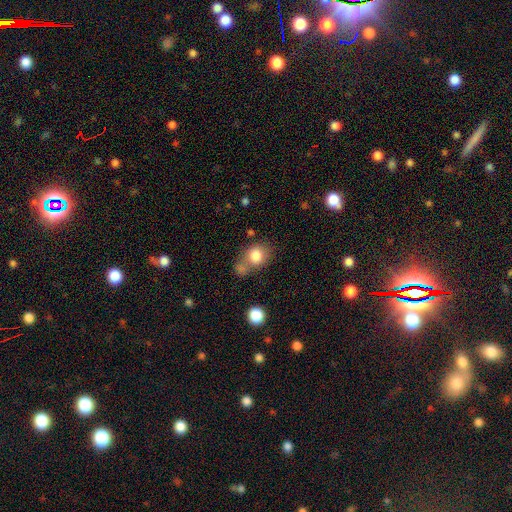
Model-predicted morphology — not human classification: Smooth or featured? Predicted: smooth (p=0.80). How rounded? Predicted: round (p=0.59). Merging? Predicted: none (p=0.45).